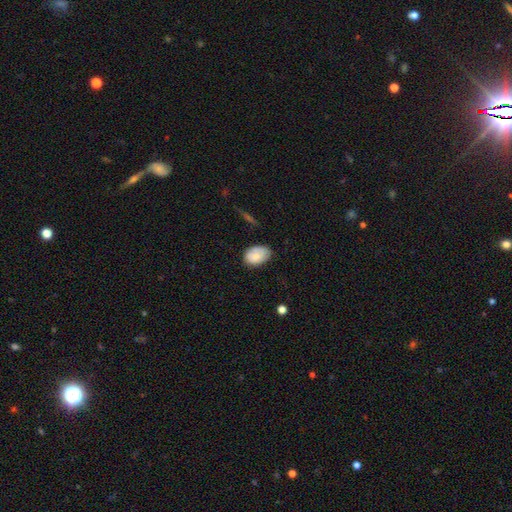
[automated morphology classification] smooth 77%, featured or disk 16%, star or artifact 7%. Down the decision tree: how rounded — in between (87%); merging — none (66%).